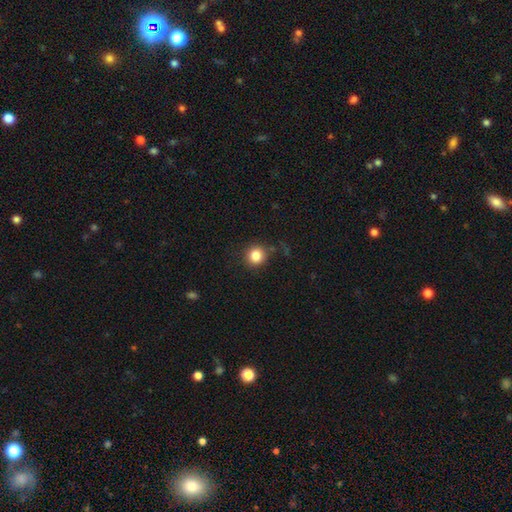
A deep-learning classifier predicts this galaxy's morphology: Smooth or featured? Predicted: smooth (p=0.84). How rounded? Predicted: round (p=0.92). Merging? Predicted: none (p=0.84).